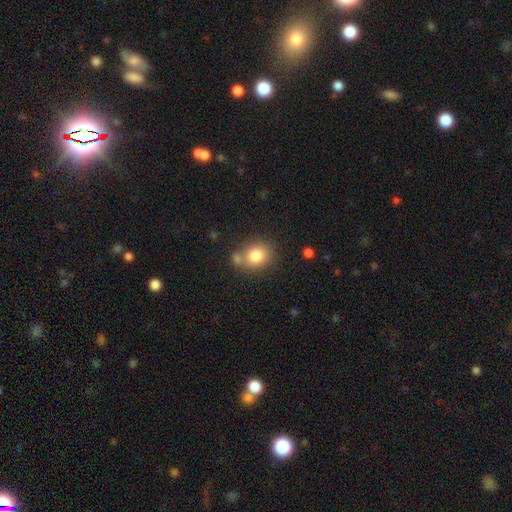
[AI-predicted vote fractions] smooth 80%, star or artifact 10%, featured or disk 10%. Down the decision tree: how rounded — round (62%); merging — none (61%).